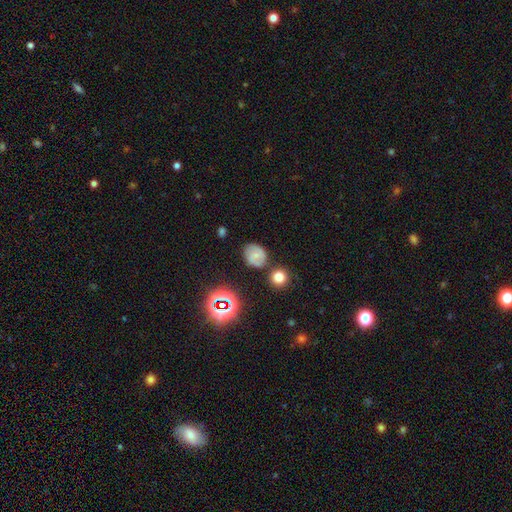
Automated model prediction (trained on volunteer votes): smooth-or-featured: smooth: 49% | featured or disk: 36% | star or artifact: 15%
  merging: none: 72% | minor disturbance: 17% | merger: 6% | major disturbance: 5%